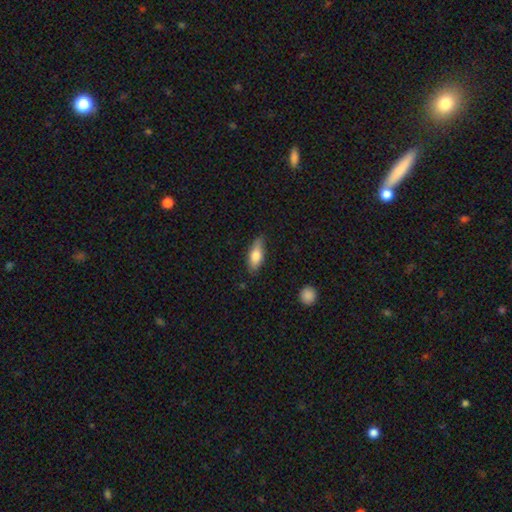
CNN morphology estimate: Smooth or featured? Predicted: smooth (p=0.74). How rounded? Predicted: in between (p=0.68). Merging? Predicted: none (p=0.80).